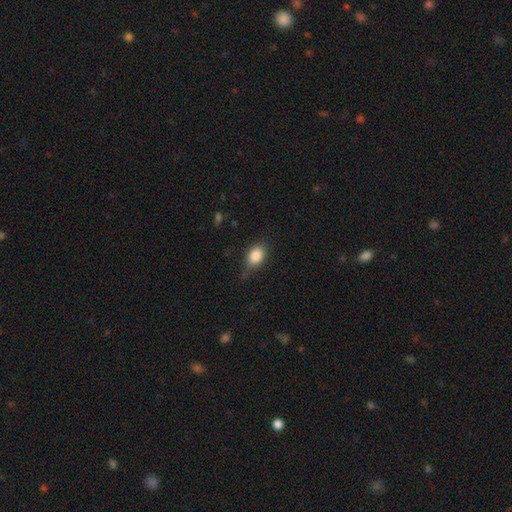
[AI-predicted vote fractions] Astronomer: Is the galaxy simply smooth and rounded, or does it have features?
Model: smooth — 86%.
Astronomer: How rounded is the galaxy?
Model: in between — 81%.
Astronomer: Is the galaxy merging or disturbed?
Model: none — 67%.